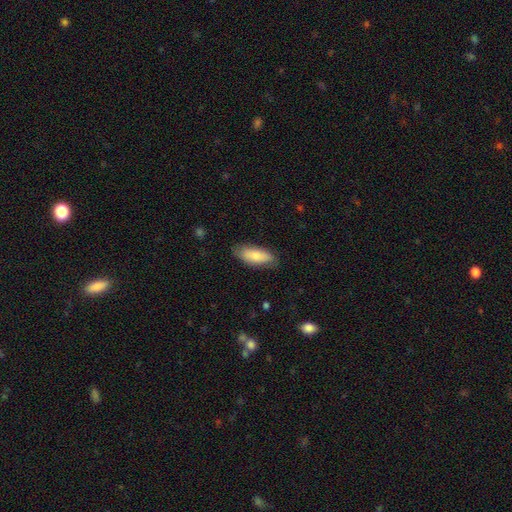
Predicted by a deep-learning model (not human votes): Overall: smooth (79%). How rounded: in between (79%). Merging: none (79%).